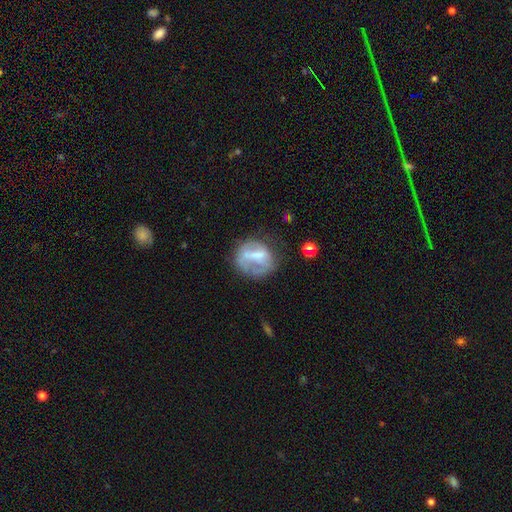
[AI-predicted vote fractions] Smooth or featured? Predicted: featured or disk (p=0.49). Merging? Predicted: none (p=0.47).